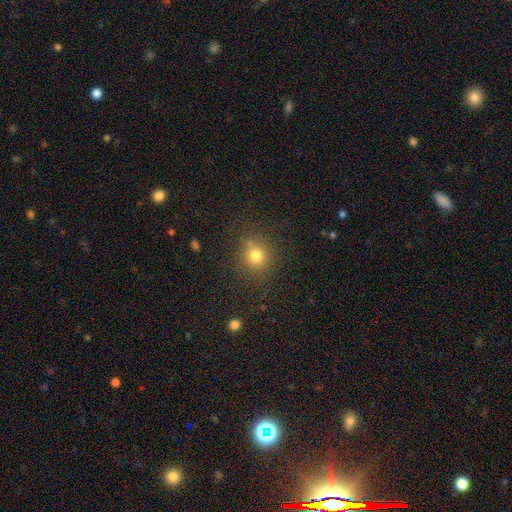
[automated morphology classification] Smooth or featured?
  - smooth: 77% *
  - star or artifact: 16%
  - featured or disk: 7%
How rounded?
  - round: 86% *
  - in between: 13%
  - cigar-shaped: 1%
Merging?
  - none: 82% *
  - minor disturbance: 10%
  - major disturbance: 4%
  - merger: 3%